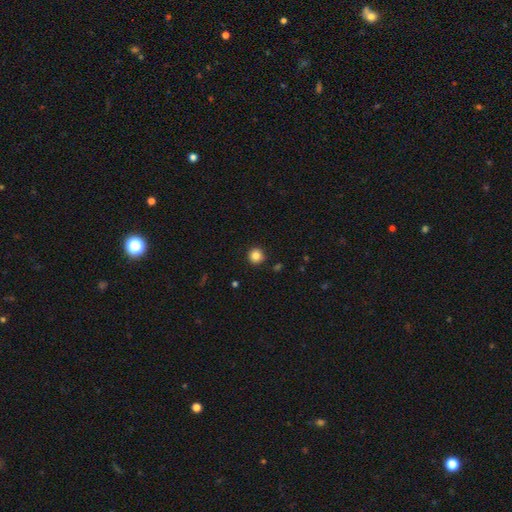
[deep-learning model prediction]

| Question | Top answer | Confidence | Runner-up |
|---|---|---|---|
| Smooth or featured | smooth | 85% | star or artifact (11%) |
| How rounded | round | 95% | in between (4%) |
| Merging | none | 91% | minor disturbance (6%) |